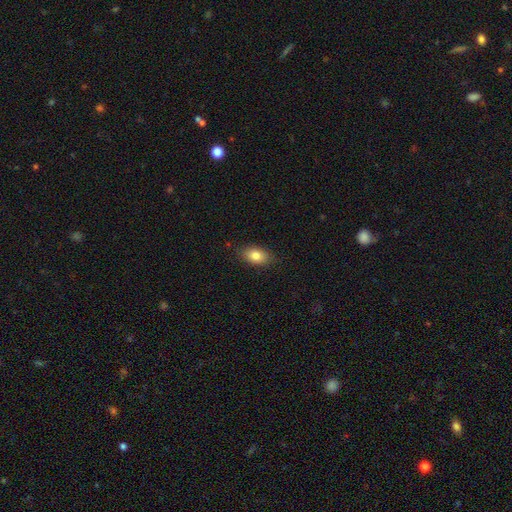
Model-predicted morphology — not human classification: A smooth galaxy with no disk features (83%) that is in between round and cigar-shaped (88%). Merging: none (86%).